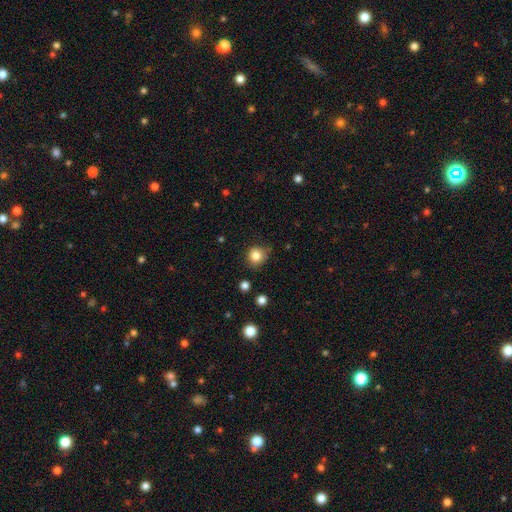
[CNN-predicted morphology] type=smooth (82%); roundness=round (90%); merging=none (81%).